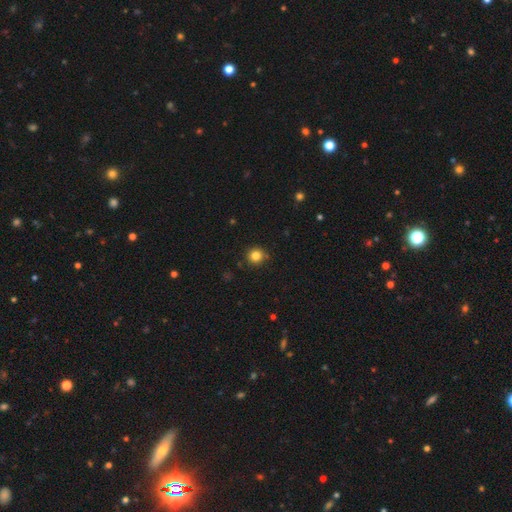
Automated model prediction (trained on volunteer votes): smooth_or_featured: smooth (p=0.82) [alt: star or artifact p=0.13]
how_rounded: round (p=0.92) [alt: in between p=0.07]
merging: none (p=0.88) [alt: minor disturbance p=0.09]